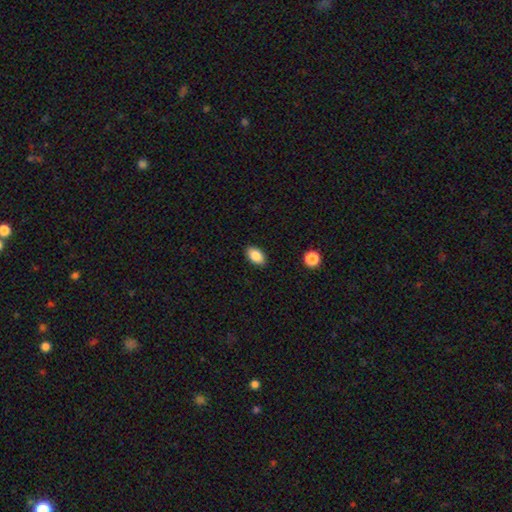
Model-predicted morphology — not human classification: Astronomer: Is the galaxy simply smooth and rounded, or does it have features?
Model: smooth — 87%.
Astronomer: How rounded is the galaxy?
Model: in between — 91%.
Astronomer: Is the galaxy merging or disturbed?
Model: none — 88%.